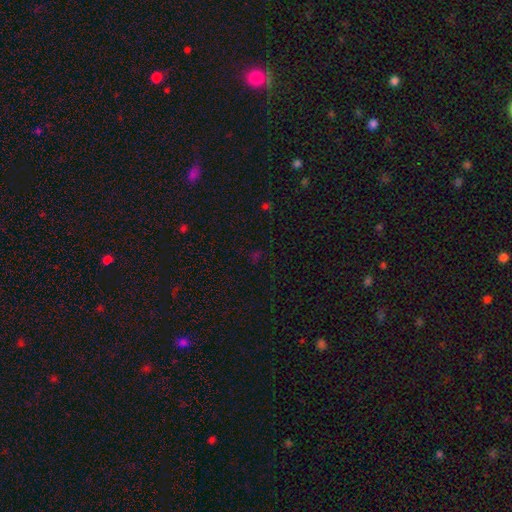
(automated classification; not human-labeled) Morphology: type=star or artifact (61%).